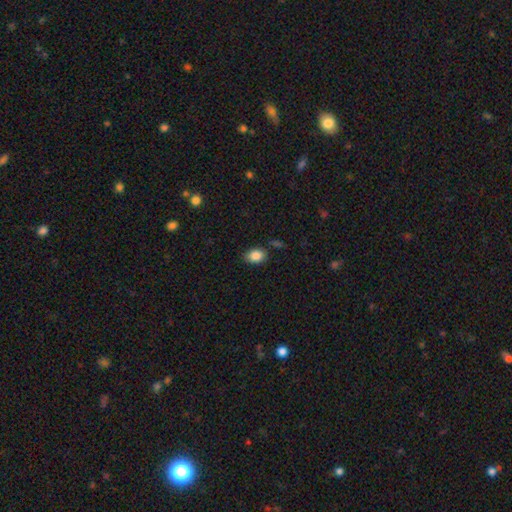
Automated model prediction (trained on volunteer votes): Q: Smooth or featured?
A: smooth (86%); runner-up: star or artifact (9%)
Q: How rounded?
A: in between (74%); runner-up: round (25%)
Q: Merging?
A: none (80%); runner-up: minor disturbance (14%)